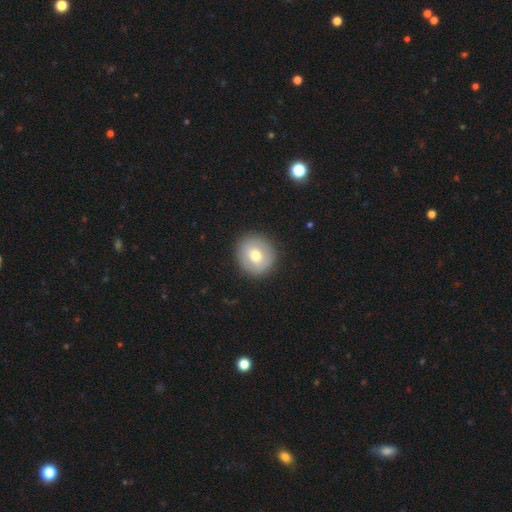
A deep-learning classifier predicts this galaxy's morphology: The model was most divided on "smooth or featured": smooth: 67%, featured or disk: 25%, star or artifact: 7%. More confident: merging — none (89%); how rounded — round (88%).